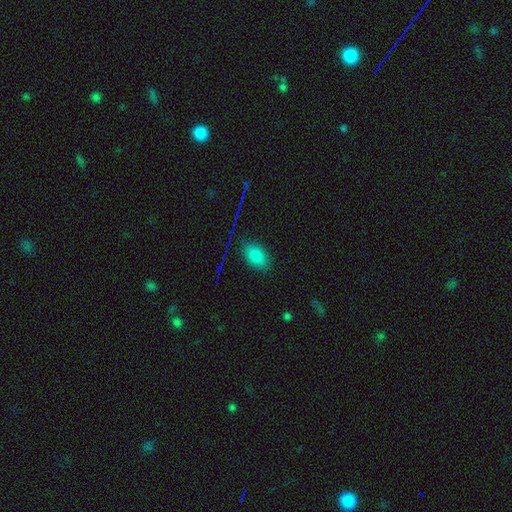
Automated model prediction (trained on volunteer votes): smooth 79%, star or artifact 13%, featured or disk 7%. Down the decision tree: how rounded — in between (89%); merging — none (84%).